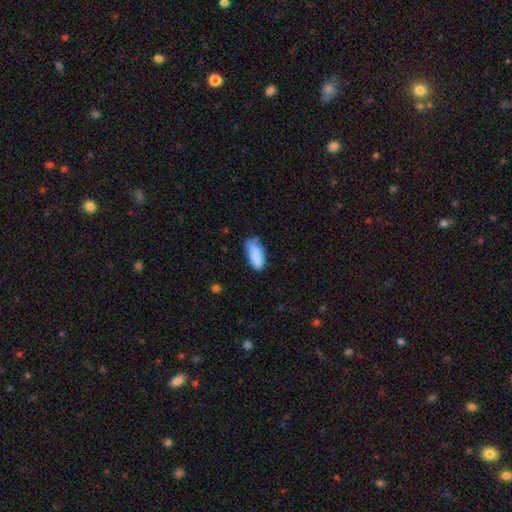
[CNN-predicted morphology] Overall: smooth (85%). How rounded: in between (77%). Merging: none (57%; minor disturbance 31%).